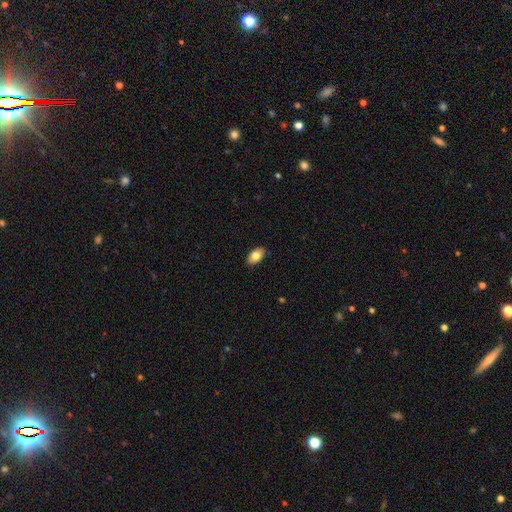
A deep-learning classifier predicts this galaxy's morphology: smooth_or_featured: smooth (p=0.80) [alt: featured or disk p=0.13]
how_rounded: in between (p=0.91) [alt: round p=0.06]
merging: none (p=0.88) [alt: minor disturbance p=0.09]